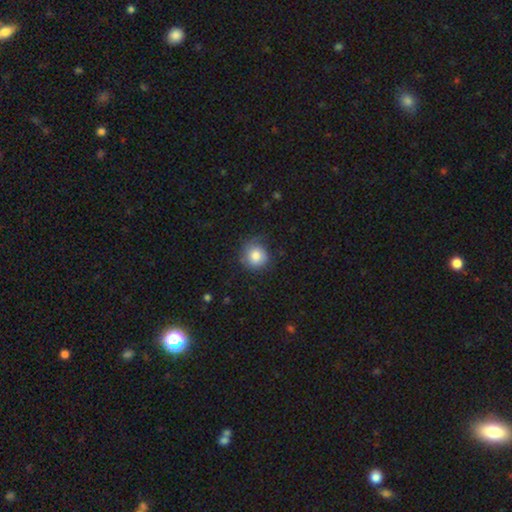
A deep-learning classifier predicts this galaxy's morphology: smooth-or-featured: smooth: 82% | featured or disk: 10% | star or artifact: 9%
  how-rounded: round: 89% | in between: 10% | cigar-shaped: 1%
  merging: none: 71% | minor disturbance: 21% | major disturbance: 6% | merger: 1%